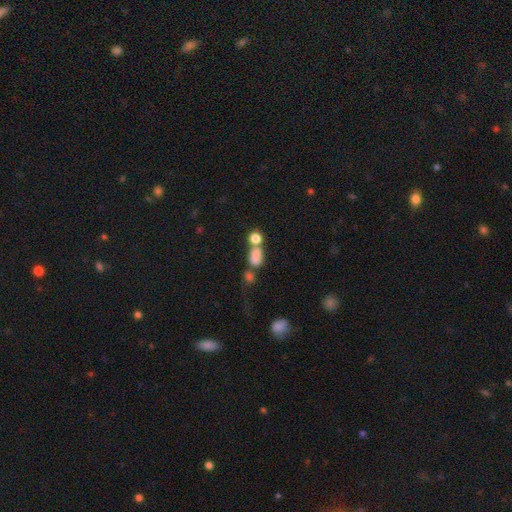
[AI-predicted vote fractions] A smooth galaxy with no disk features (72%) that is in between round and cigar-shaped (56%).

Vote fractions:
- Smooth or featured? smooth: 72% / featured or disk: 15% / star or artifact: 13%
- How rounded? in between: 56% / round: 41% / cigar-shaped: 3%
- Merging? merger: 55% / none: 27% / minor disturbance: 9% / major disturbance: 8%